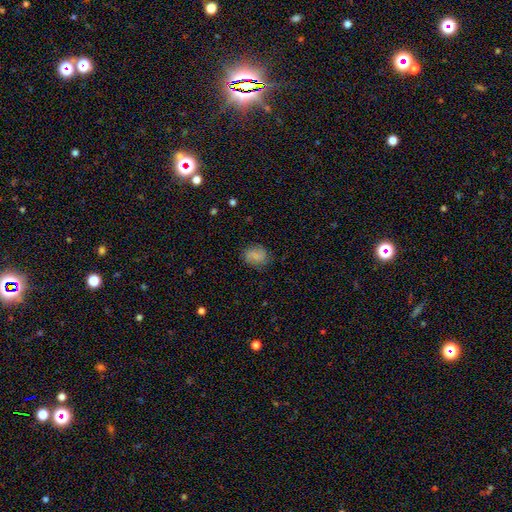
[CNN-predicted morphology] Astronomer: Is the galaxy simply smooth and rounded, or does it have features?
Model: smooth — 65%.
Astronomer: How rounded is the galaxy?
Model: in between — 51% (runner-up: round, 47%).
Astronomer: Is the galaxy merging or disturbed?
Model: none — 72%.